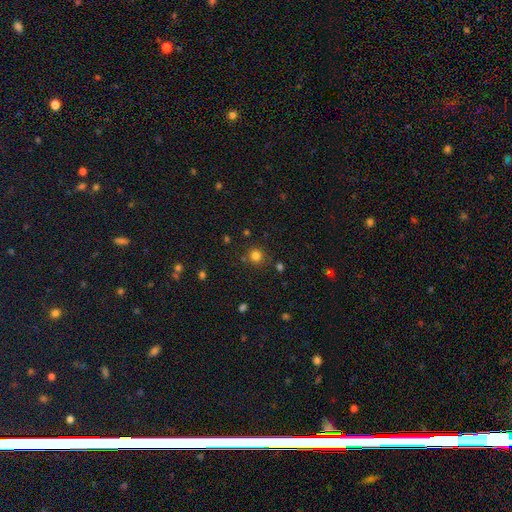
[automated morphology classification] A smooth galaxy with no disk features (79%) that is round (92%).

Vote fractions:
- Smooth or featured? smooth: 79% / star or artifact: 16% / featured or disk: 5%
- How rounded? round: 92% / in between: 7% / cigar-shaped: 1%
- Merging? none: 82% / minor disturbance: 9% / merger: 5% / major disturbance: 3%